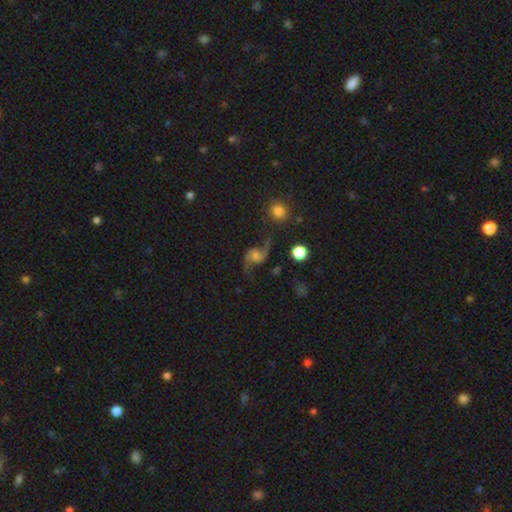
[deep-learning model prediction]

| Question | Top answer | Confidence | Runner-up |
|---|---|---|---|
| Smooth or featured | featured or disk | 84% | smooth (8%) |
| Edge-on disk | no | 98% | yes (2%) |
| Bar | no | 64% | weak (29%) |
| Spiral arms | yes | 97% | no (3%) |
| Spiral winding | loose | 81% | medium (16%) |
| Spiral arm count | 2 | 94% | 1 (2%) |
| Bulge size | none | 28% | tied: moderate (28%) |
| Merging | none | 69% | minor disturbance (15%) |